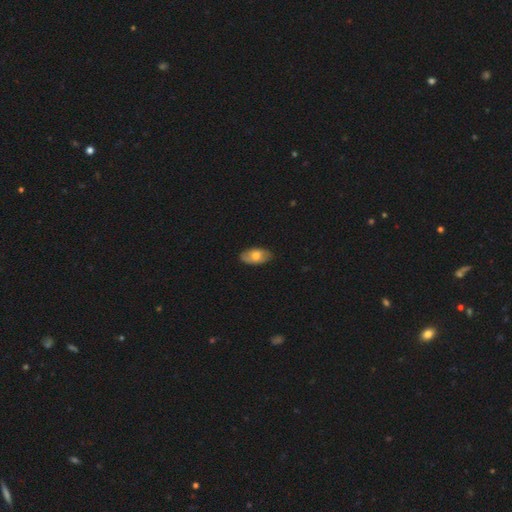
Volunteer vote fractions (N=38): Smooth or featured?
  - smooth: 68% *
  - featured or disk: 29%
  - star or artifact: 3%
How rounded?
  - in between: 88% *
  - round: 12%
  - cigar-shaped: 0%
Merging?
  - none: 84% *
  - minor disturbance: 14%
  - major disturbance: 3%
  - merger: 0%